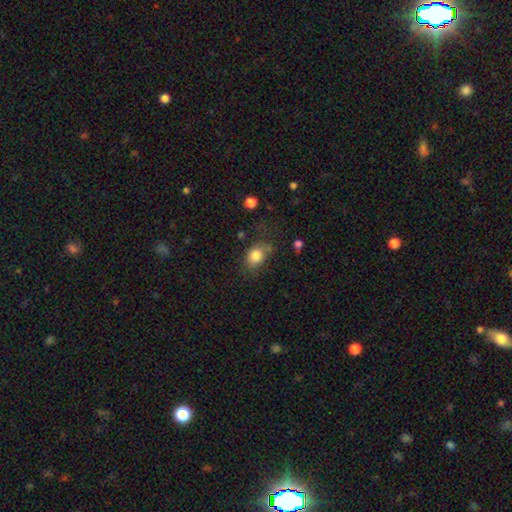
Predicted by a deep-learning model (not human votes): Smooth or featured? smooth (83%)
How rounded? in between (57%)
Merging? none (63%)